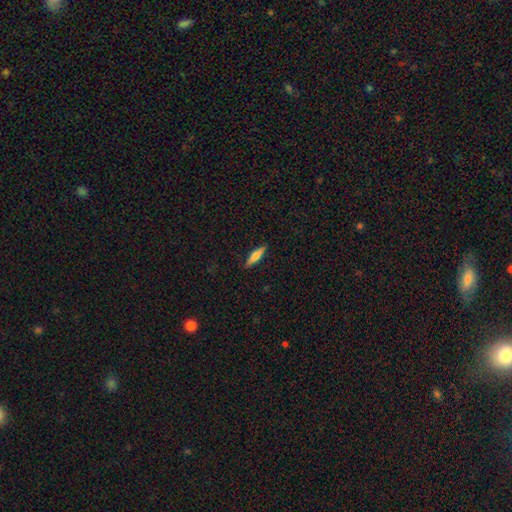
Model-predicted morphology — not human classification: Overall: smooth (61%; featured or disk 33%). How rounded: cigar-shaped (71%). Merging: none (89%).